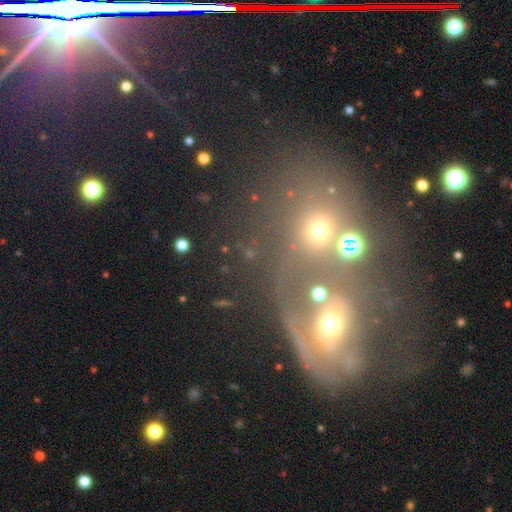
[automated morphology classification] The model was most divided on "smooth or featured": smooth: 34%, star or artifact: 33%, featured or disk: 33%. More confident: merging — merger (60%).